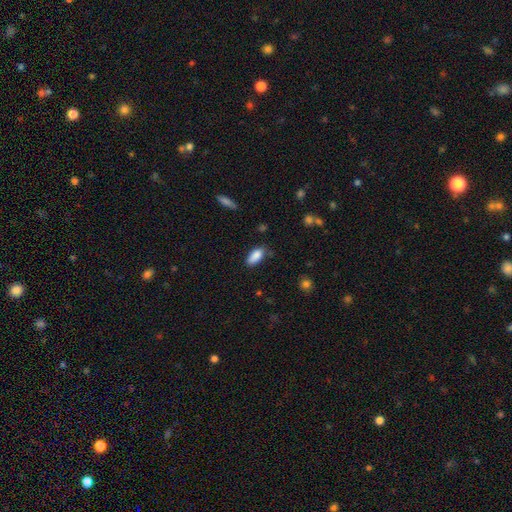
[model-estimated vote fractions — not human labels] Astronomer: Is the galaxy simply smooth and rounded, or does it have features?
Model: smooth — 87%.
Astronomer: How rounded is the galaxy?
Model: in between — 87%.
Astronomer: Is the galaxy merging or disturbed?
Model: none — 72%.